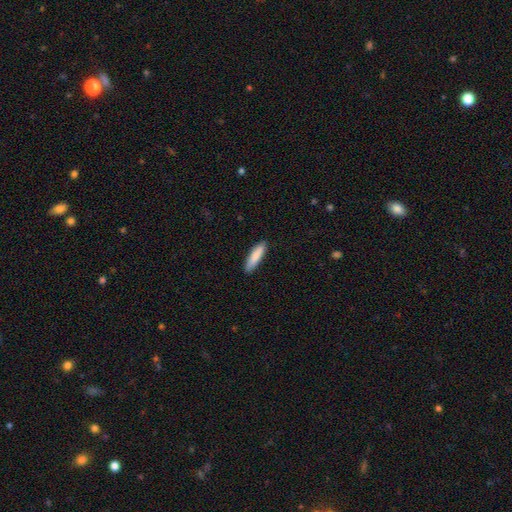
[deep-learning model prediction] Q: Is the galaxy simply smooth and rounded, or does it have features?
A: smooth — 87%.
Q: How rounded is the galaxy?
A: cigar-shaped — 73%.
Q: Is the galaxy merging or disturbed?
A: none — 89%.